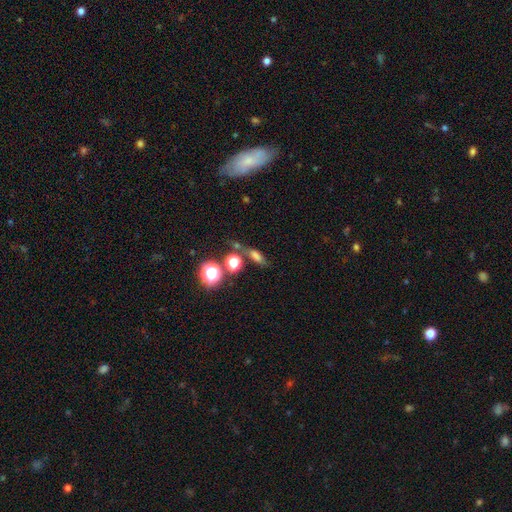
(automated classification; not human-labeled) Q: Smooth or featured?
A: smooth (60%); runner-up: star or artifact (22%)
Q: How rounded?
A: in between (48%); runner-up: cigar-shaped (30%)
Q: Merging?
A: none (59%); runner-up: minor disturbance (17%)